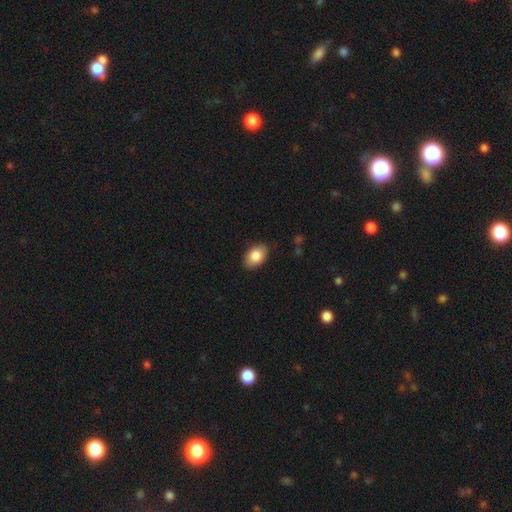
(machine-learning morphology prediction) smooth 84%, featured or disk 9%, star or artifact 7%. Down the decision tree: how rounded — in between (89%); merging — none (86%).